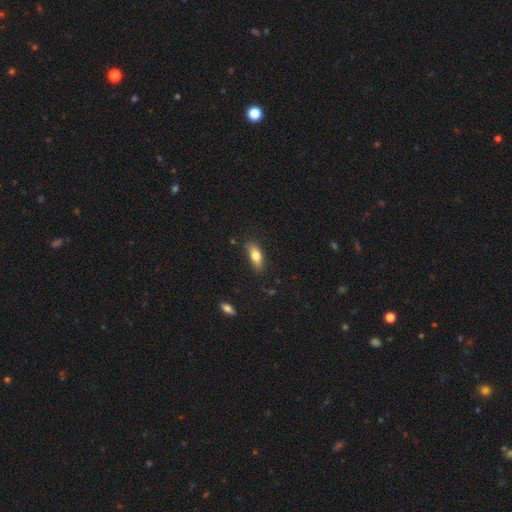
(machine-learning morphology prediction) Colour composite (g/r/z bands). It shows a smooth galaxy with no disk features (75%) that is in between round and cigar-shaped (73%). Merging: none (69%).